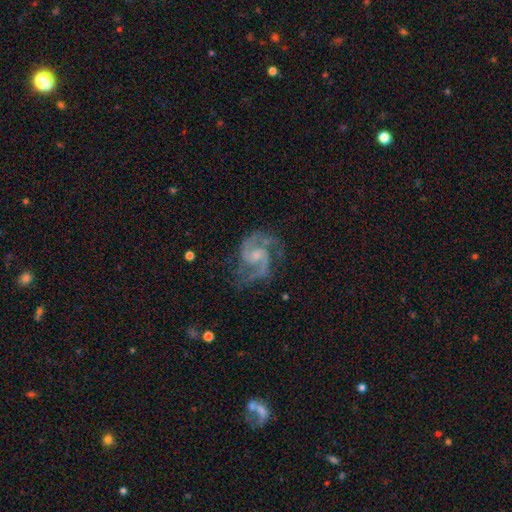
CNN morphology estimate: Smooth or featured? Predicted: featured or disk (p=0.91). Edge-on disk? Predicted: no (p=0.98). Bar? Predicted: no (p=0.46, tied with weak). Spiral arms? Predicted: yes (p=0.98). Spiral winding? Predicted: medium (p=0.64). Spiral arm count? Predicted: 2 (p=0.89). Bulge size? Predicted: small (p=0.54). Merging? Predicted: none (p=0.71).